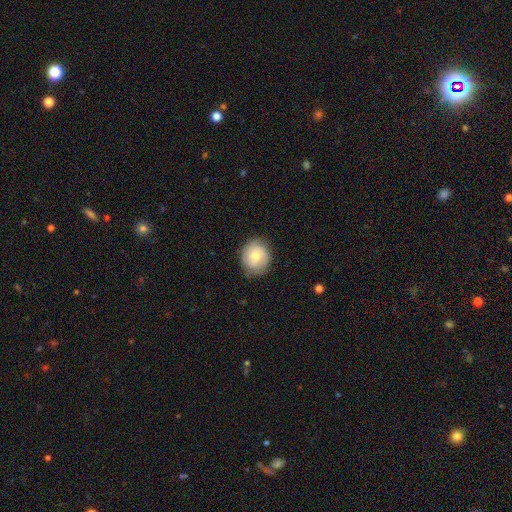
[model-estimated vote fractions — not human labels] Q: Smooth or featured?
A: smooth (70%); runner-up: featured or disk (23%)
Q: How rounded?
A: round (77%); runner-up: in between (22%)
Q: Merging?
A: none (79%); runner-up: minor disturbance (17%)